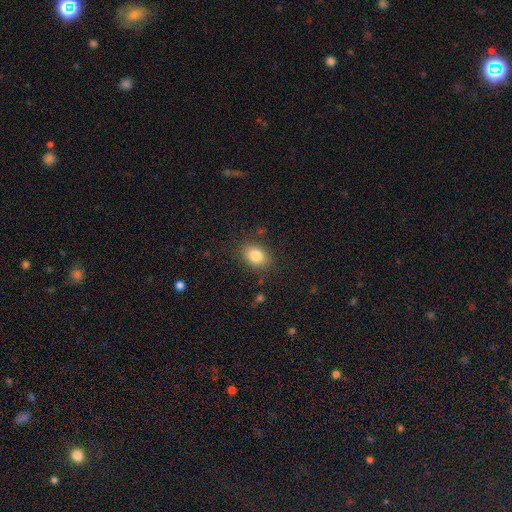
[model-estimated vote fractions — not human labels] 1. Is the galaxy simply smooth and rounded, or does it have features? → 84% smooth, 9% star or artifact, 7% featured or disk.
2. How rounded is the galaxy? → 72% in between, 27% round, 1% cigar-shaped.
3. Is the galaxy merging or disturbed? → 83% none, 12% minor disturbance, 4% major disturbance, 2% merger.